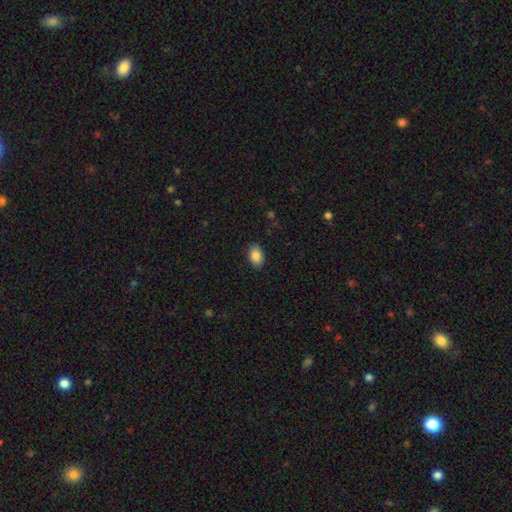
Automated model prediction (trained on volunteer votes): smooth_or_featured: smooth (p=0.88) [alt: star or artifact p=0.08]
how_rounded: in between (p=0.86) [alt: round p=0.13]
merging: none (p=0.88) [alt: minor disturbance p=0.09]